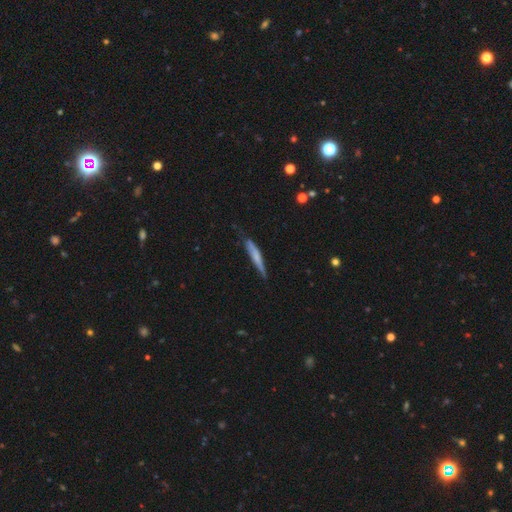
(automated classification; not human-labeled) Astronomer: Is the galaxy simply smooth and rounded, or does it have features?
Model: smooth — 57% (runner-up: featured or disk, 36%).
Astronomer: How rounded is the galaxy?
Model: cigar-shaped — 93%.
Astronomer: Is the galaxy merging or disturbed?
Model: none — 68%.